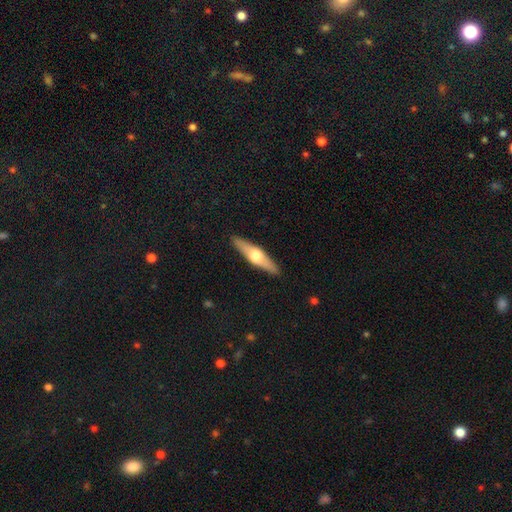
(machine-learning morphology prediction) A featured or disk galaxy (63%) viewed edge-on (95%) with a rounded central bulge (94%).

Vote fractions:
- Smooth or featured? featured or disk: 63% / smooth: 32% / star or artifact: 5%
- Edge-on disk? yes: 95% / no: 5%
- Edge-on bulge? rounded: 94% / boxy: 4% / none: 2%
- Merging? none: 90% / minor disturbance: 7% / major disturbance: 2% / merger: 1%